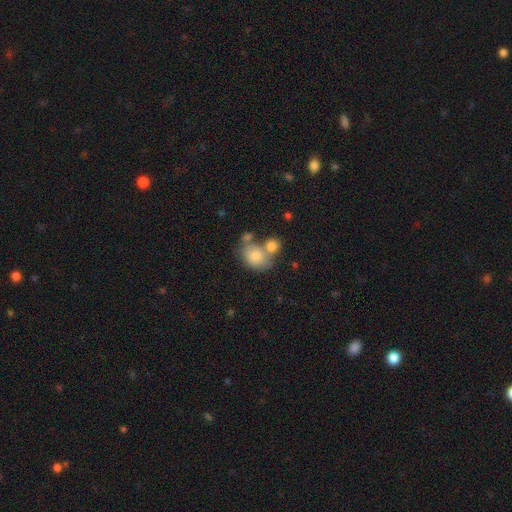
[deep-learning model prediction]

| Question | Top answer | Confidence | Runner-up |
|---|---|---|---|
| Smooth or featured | smooth | 79% | featured or disk (13%) |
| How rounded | in between | 51% | round (48%) |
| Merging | merger | 40% | none (39%) |